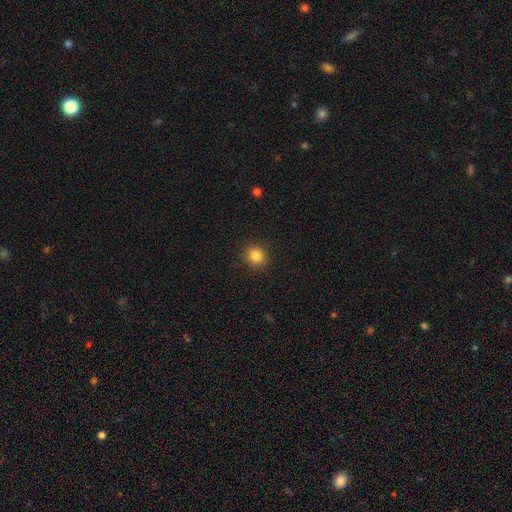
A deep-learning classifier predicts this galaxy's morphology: Smooth or featured? Predicted: smooth (p=0.84). How rounded? Predicted: round (p=0.86). Merging? Predicted: none (p=0.90).